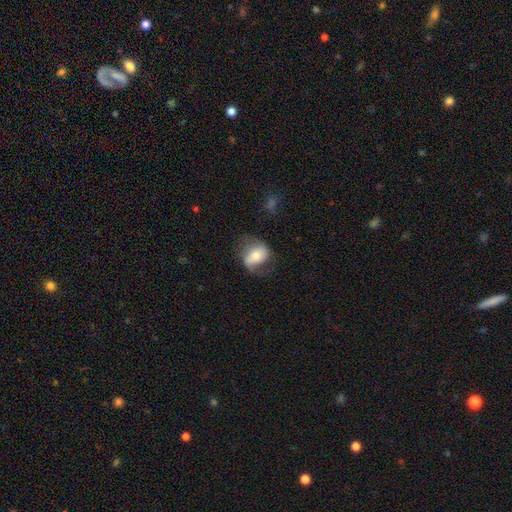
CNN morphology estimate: Smooth or featured? featured or disk (47%)
Merging? none (53%)